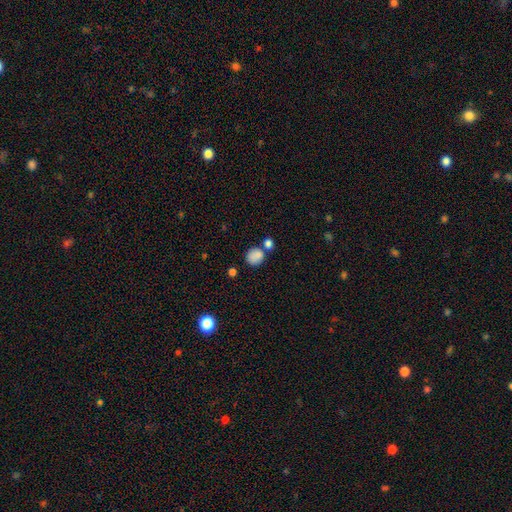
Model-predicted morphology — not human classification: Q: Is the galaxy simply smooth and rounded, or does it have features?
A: smooth — 84%.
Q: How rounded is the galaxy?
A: round — 77%.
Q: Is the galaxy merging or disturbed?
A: none — 62%.